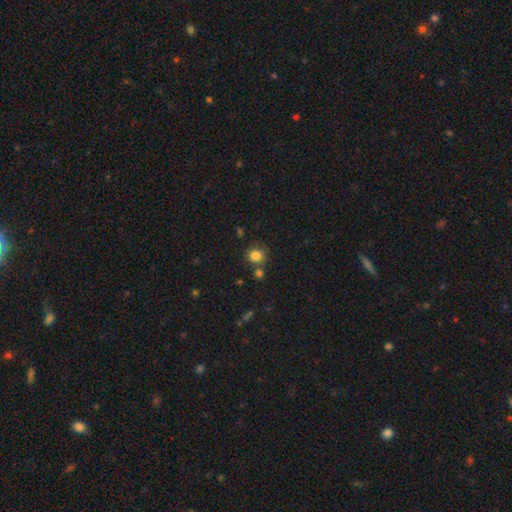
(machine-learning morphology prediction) Smooth or featured? Predicted: smooth (p=0.83). How rounded? Predicted: round (p=0.84). Merging? Predicted: none (p=0.72).